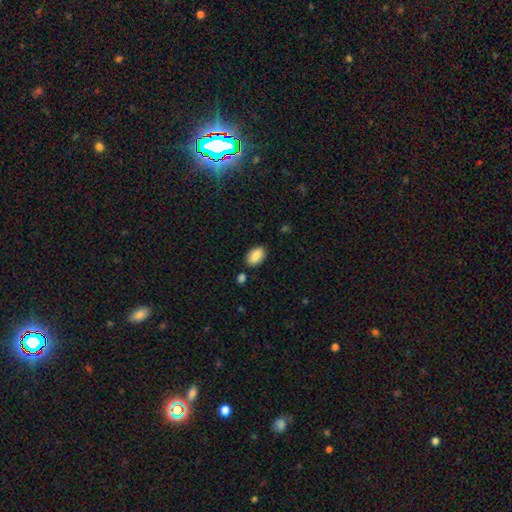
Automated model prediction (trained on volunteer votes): A smooth galaxy with no disk features (87%) that is in between round and cigar-shaped (91%). Merging: none (82%).